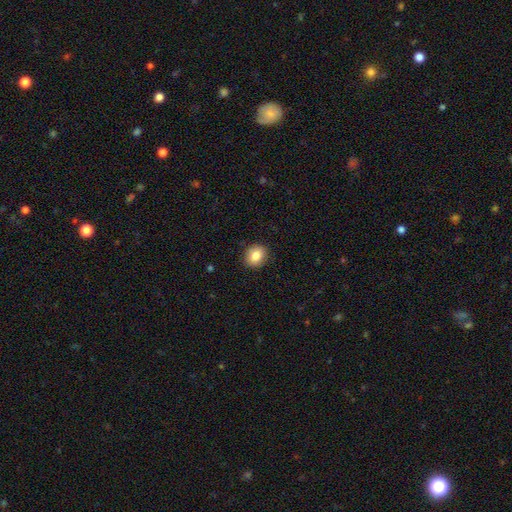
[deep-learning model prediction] This appears to be a smooth galaxy with no disk features (85%) that is round (60%). Merging: none (90%).